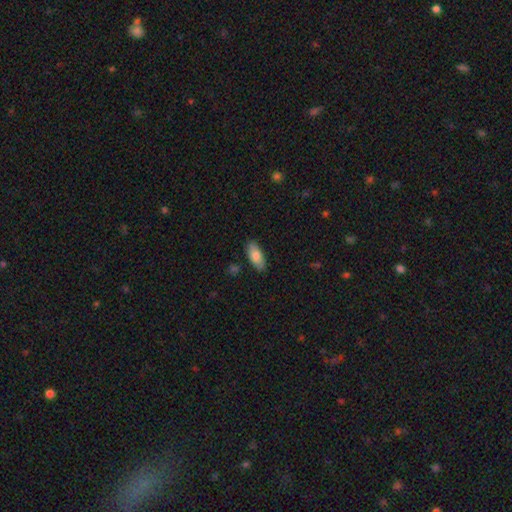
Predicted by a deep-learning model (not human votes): smooth 82%, featured or disk 12%, star or artifact 6%. Down the decision tree: how rounded — in between (82%); merging — none (86%).